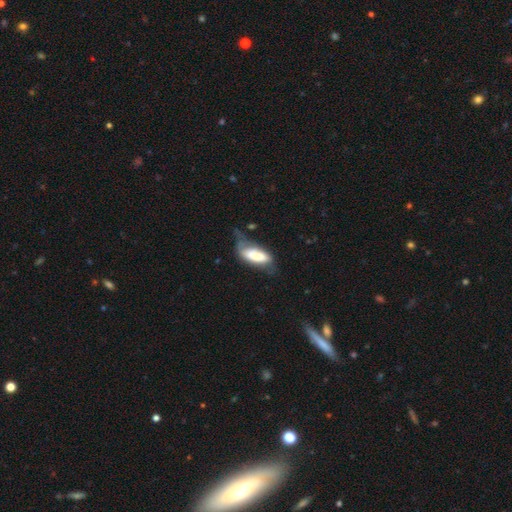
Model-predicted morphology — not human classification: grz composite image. It shows a smooth galaxy with no disk features (70%) that is in between round and cigar-shaped (81%). Merging: minor disturbance (34%).